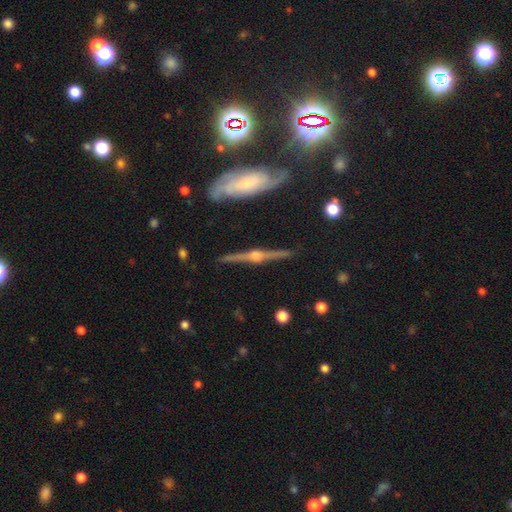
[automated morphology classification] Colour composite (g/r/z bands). It shows a featured or disk galaxy (72%) viewed edge-on (89%) with a rounded central bulge (88%). Merging: none (79%).